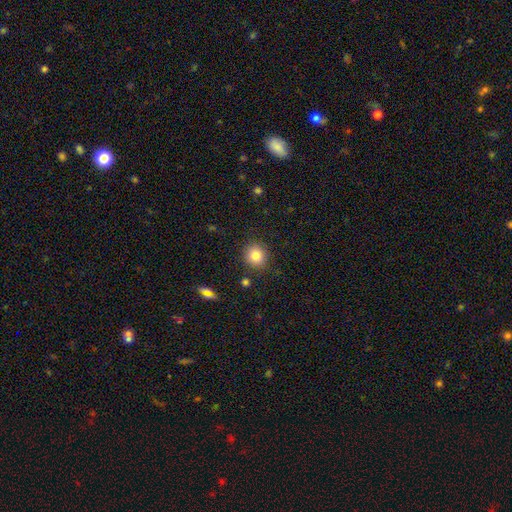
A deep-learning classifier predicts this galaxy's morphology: smooth_or_featured: smooth (p=0.82) [alt: star or artifact p=0.11]
how_rounded: round (p=0.88) [alt: in between p=0.11]
merging: none (p=0.88) [alt: minor disturbance p=0.08]